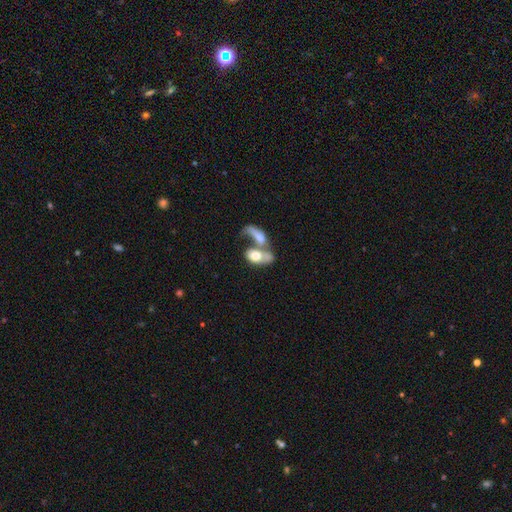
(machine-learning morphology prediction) This is likely a smooth galaxy (64%). How rounded: clearly in between (86%). Merging: likely merger (70%).